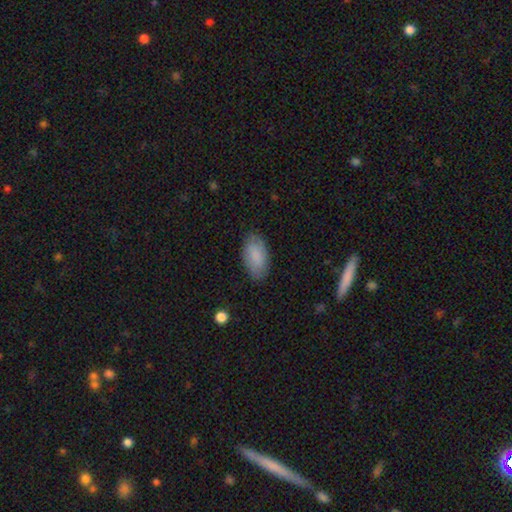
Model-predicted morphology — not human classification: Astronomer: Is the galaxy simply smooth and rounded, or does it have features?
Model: smooth — 84%.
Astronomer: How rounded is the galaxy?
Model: in between — 94%.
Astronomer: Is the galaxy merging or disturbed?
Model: none — 82%.